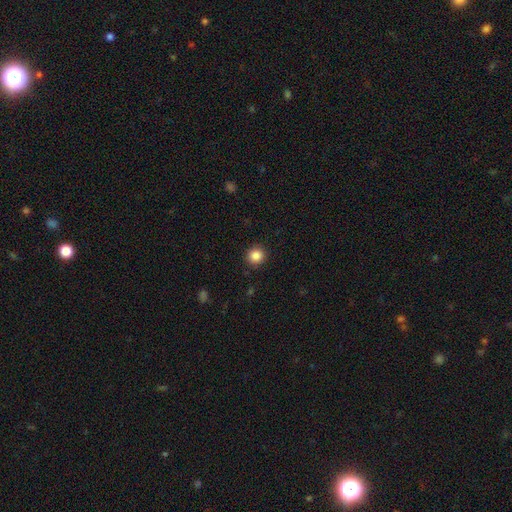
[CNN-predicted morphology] Overall: smooth (86%). How rounded: round (92%). Merging: none (91%).